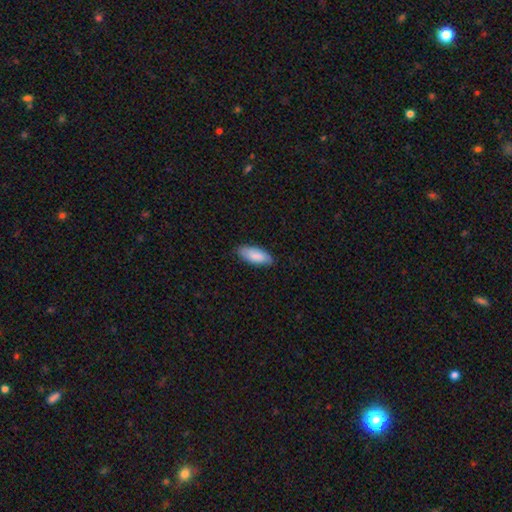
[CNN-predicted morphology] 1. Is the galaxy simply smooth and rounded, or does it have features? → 85% smooth, 10% featured or disk, 5% star or artifact.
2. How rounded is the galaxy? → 84% in between, 15% cigar-shaped, 2% round.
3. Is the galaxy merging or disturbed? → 79% none, 17% minor disturbance, 3% major disturbance, 1% merger.